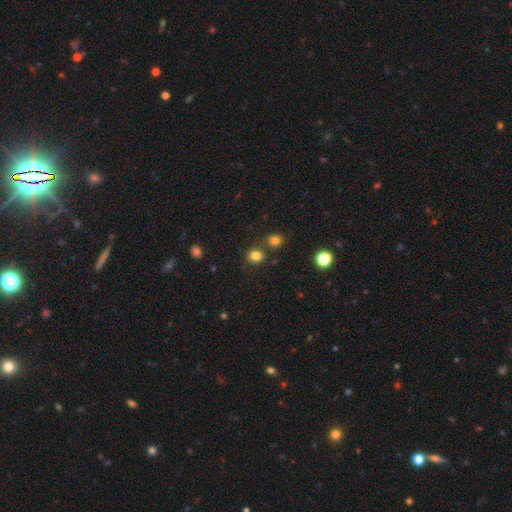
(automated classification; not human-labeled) smooth_or_featured: smooth (p=0.82) [alt: star or artifact p=0.14]
how_rounded: round (p=0.71) [alt: in between p=0.28]
merging: none (p=0.77) [alt: merger p=0.10]